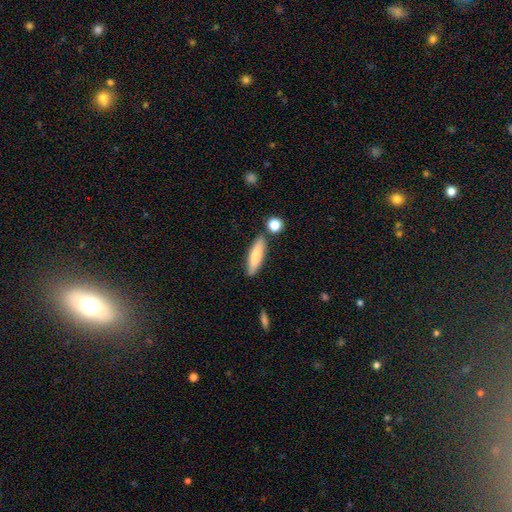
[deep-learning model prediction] Smooth or featured? Predicted: smooth (p=0.77). How rounded? Predicted: cigar-shaped (p=0.69). Merging? Predicted: none (p=0.81).